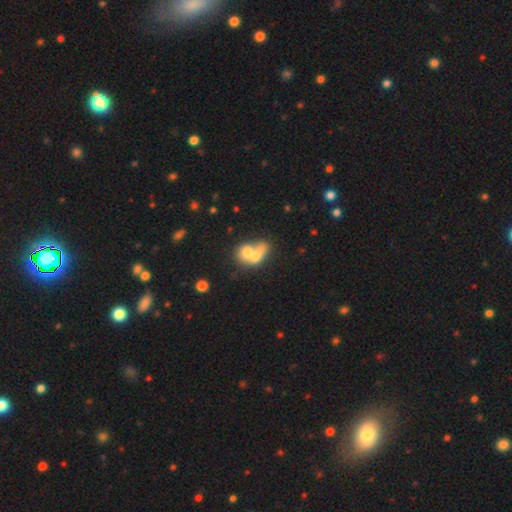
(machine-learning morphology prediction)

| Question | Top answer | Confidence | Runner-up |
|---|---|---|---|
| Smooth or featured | smooth | 66% | featured or disk (25%) |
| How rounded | in between | 61% | round (36%) |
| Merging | merger | 75% | none (14%) |